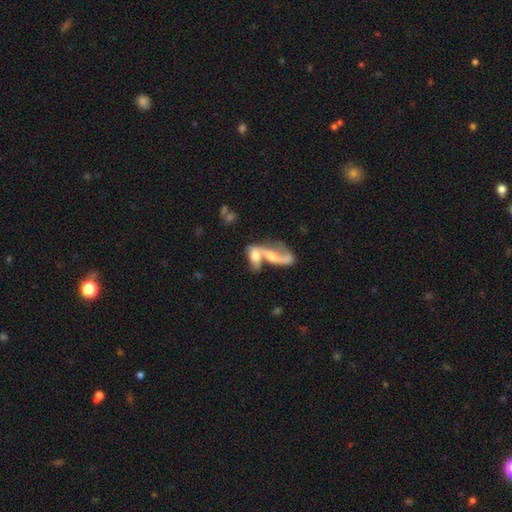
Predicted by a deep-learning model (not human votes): This is possibly a featured or disk galaxy (51%). It is clearly not viewed edge-on (88%). Merging: likely merger (74%).